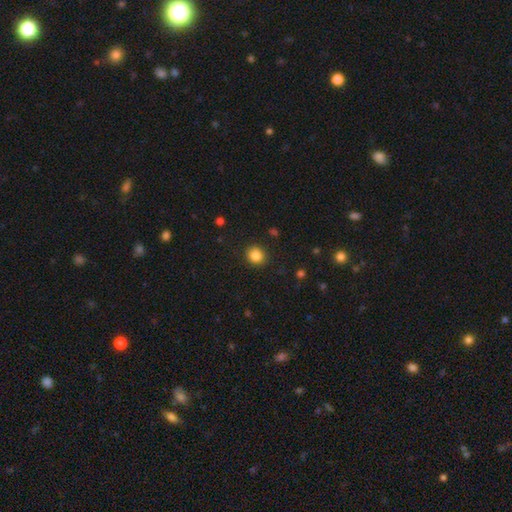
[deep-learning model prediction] Smooth or featured? smooth (84%)
How rounded? round (84%)
Merging? none (90%)